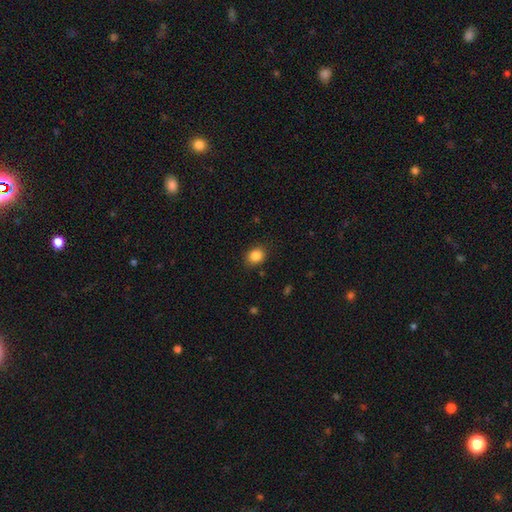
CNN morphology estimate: This appears to be a smooth galaxy with no disk features (86%) that is round (52%). Merging: none (85%).